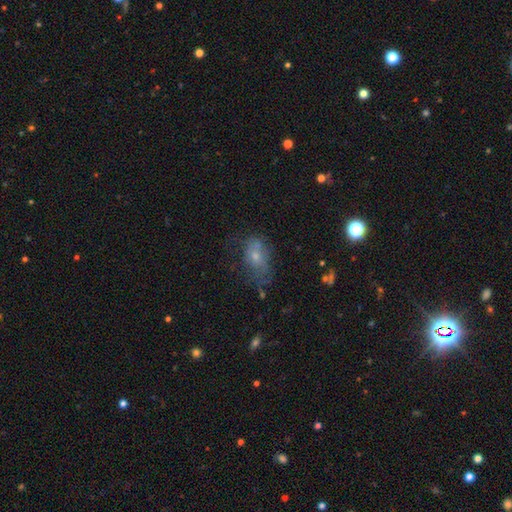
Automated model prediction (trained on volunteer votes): A smooth galaxy with no disk features (57%) that is in between round and cigar-shaped (83%).

Vote fractions:
- Smooth or featured? smooth: 57% / featured or disk: 30% / star or artifact: 13%
- How rounded? in between: 83% / round: 13% / cigar-shaped: 4%
- Merging? none: 39% / minor disturbance: 30% / major disturbance: 26% / merger: 5%